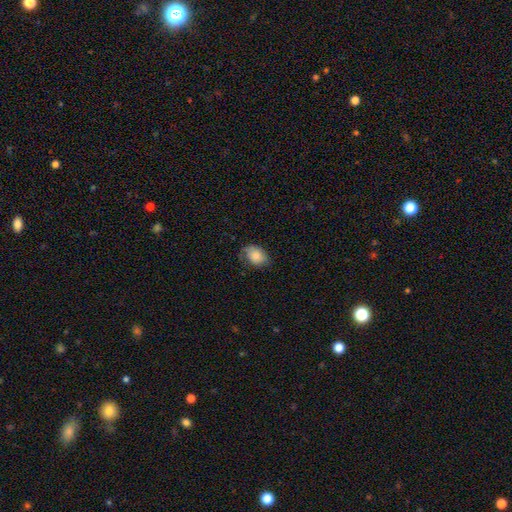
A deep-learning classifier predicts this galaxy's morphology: A smooth galaxy with no disk features (78%) that is in between round and cigar-shaped (75%).

Vote fractions:
- Smooth or featured? smooth: 78% / featured or disk: 15% / star or artifact: 7%
- How rounded? in between: 75% / round: 24% / cigar-shaped: 1%
- Merging? none: 58% / minor disturbance: 31% / major disturbance: 10% / merger: 1%